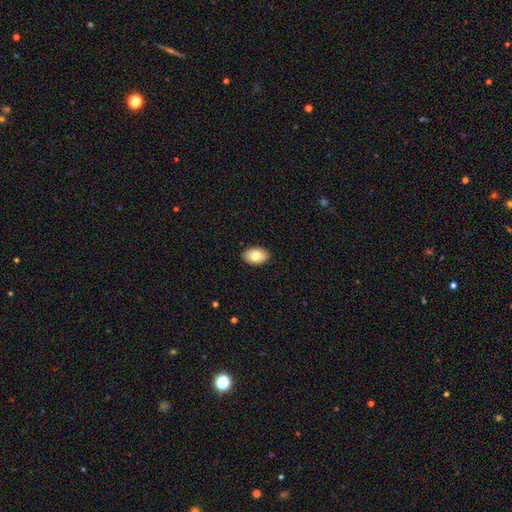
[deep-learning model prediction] A smooth galaxy with no disk features (79%) that is in between round and cigar-shaped (90%). Merging: none (90%).